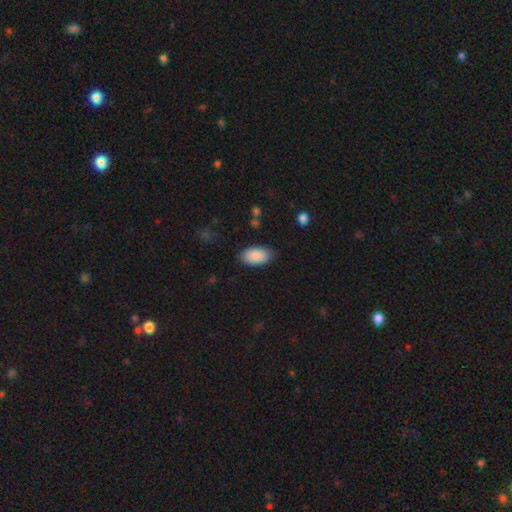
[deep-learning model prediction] smooth_or_featured: smooth (p=0.88) [alt: star or artifact p=0.06]
how_rounded: in between (p=0.95) [alt: round p=0.03]
merging: none (p=0.83) [alt: minor disturbance p=0.13]